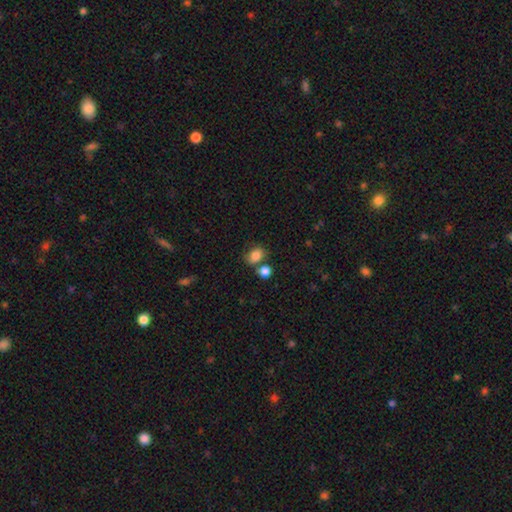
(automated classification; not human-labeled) A smooth galaxy with no disk features (82%) that is in between round and cigar-shaped (57%). Merging: none (53%).